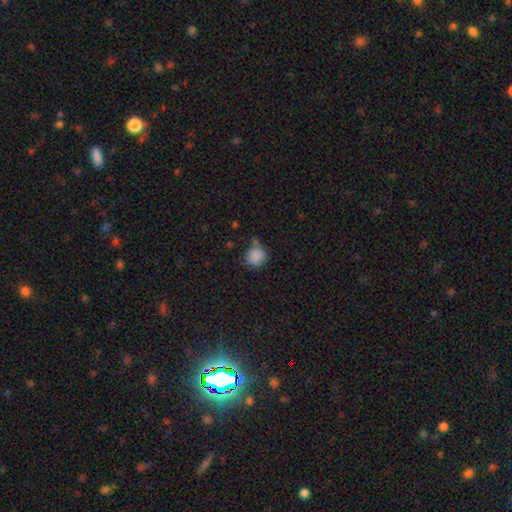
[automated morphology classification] Q: Smooth or featured?
A: smooth (85%); runner-up: star or artifact (10%)
Q: How rounded?
A: round (83%); runner-up: in between (16%)
Q: Merging?
A: none (52%); runner-up: minor disturbance (29%)